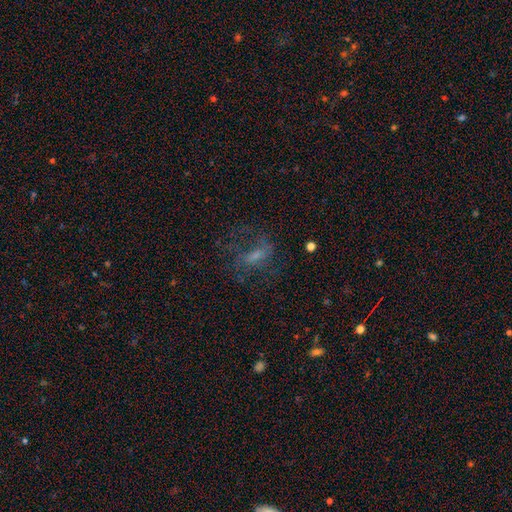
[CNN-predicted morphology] smooth-or-featured: featured or disk: 47% | smooth: 34% | star or artifact: 19%
  merging: none: 45% | major disturbance: 36% | minor disturbance: 18% | merger: 2%